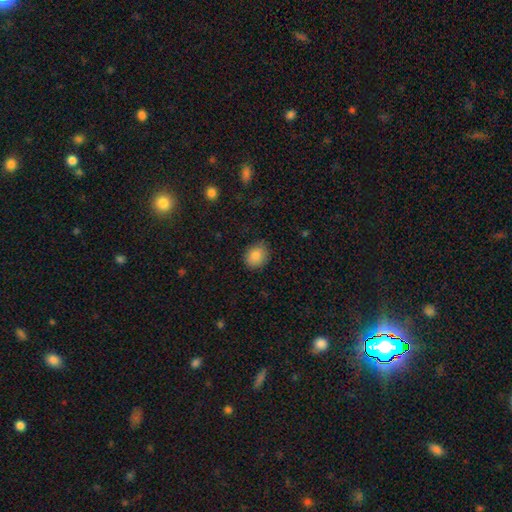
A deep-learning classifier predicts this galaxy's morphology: This appears to be a smooth galaxy with no disk features (86%) that is round (58%). Merging: none (84%).